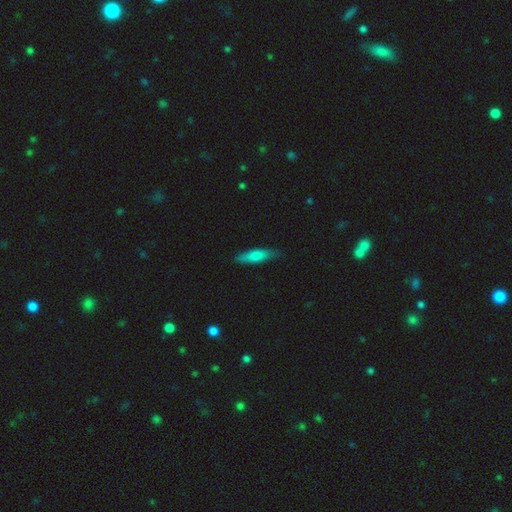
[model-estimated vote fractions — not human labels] Morphology: type=smooth (72%); roundness=cigar-shaped (63%); merging=none (82%).